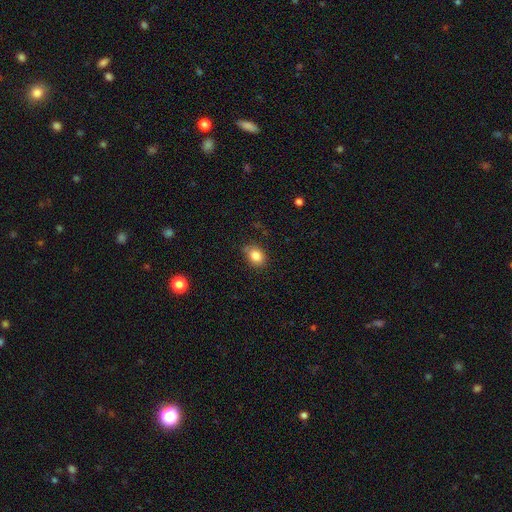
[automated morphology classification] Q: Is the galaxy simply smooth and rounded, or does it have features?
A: smooth — 84%.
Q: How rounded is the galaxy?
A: in between — 56%.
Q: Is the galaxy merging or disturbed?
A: none — 77%.